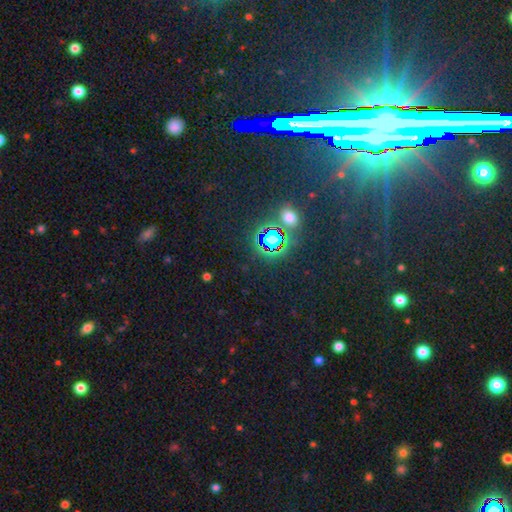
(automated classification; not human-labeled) Morphology: type=star or artifact (80%).